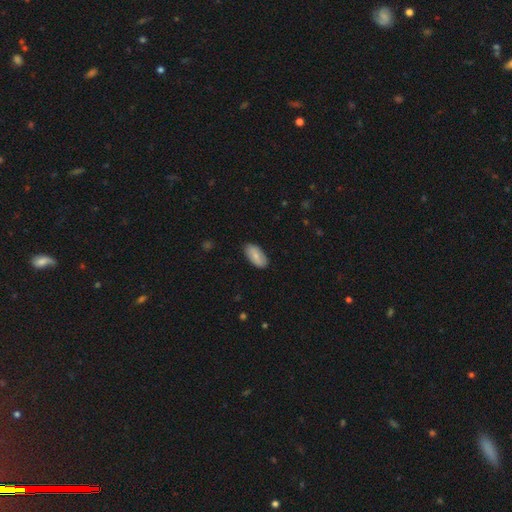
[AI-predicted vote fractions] Smooth or featured? Predicted: smooth (p=0.74). How rounded? Predicted: in between (p=0.92). Merging? Predicted: none (p=0.86).